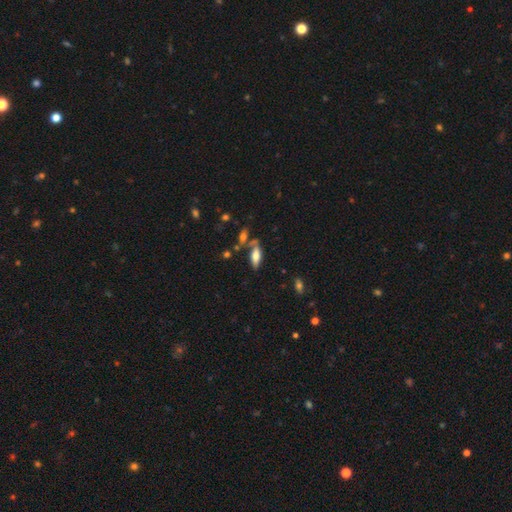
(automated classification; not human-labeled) A smooth galaxy with no disk features (62%) that is in between round and cigar-shaped (64%). Merging: none (61%).